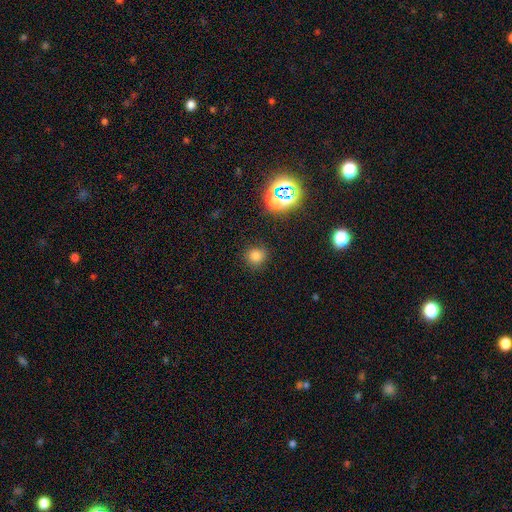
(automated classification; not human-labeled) This appears to be a smooth galaxy with no disk features (74%) that is round (86%). Merging: none (85%).